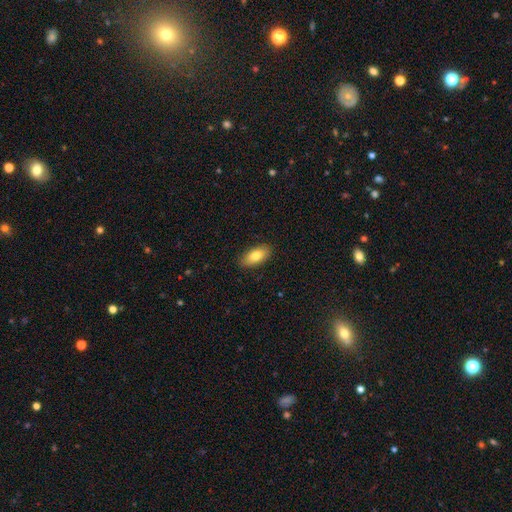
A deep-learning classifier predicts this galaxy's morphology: Smooth or featured: smooth — 80% (featured or disk — 13%)
How rounded: in between — 89% (cigar-shaped — 8%)
Merging: none — 88% (minor disturbance — 9%)